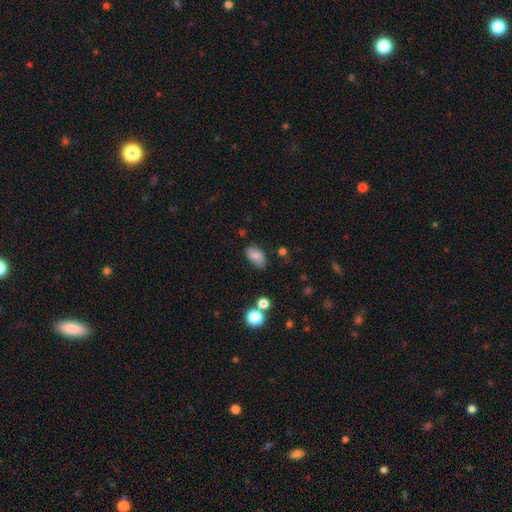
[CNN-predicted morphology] type=smooth (76%); roundness=in between (91%); merging=none (72%).